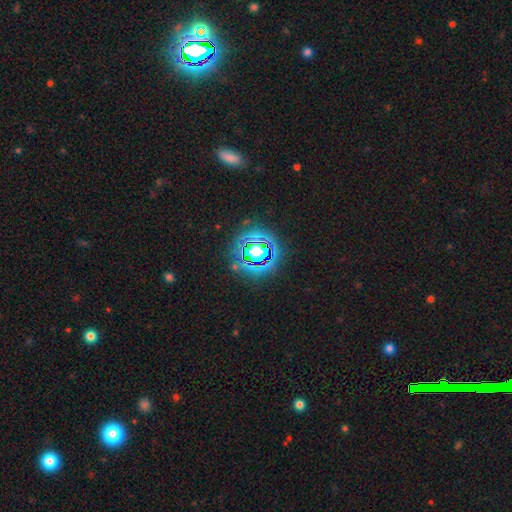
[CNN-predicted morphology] Smooth or featured? star or artifact (61%)